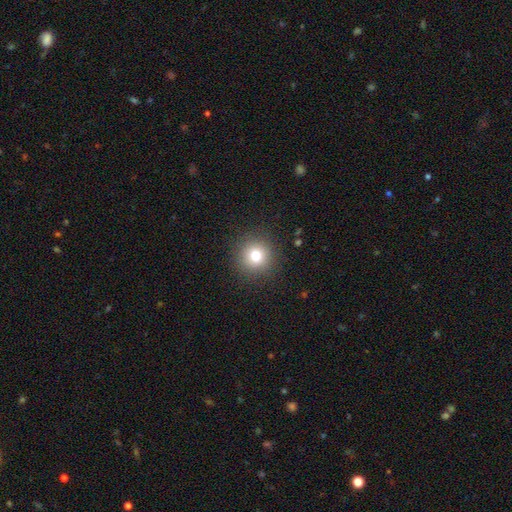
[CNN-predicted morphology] Overall: smooth (77%). How rounded: round (94%). Merging: none (90%).